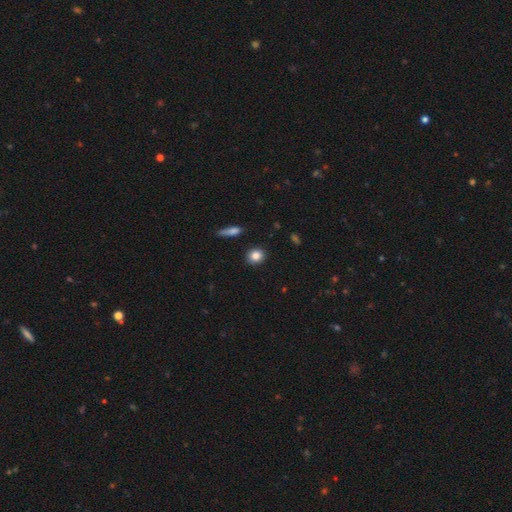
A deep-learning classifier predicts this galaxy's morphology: smooth-or-featured: smooth: 84% | star or artifact: 9% | featured or disk: 7%
  how-rounded: round: 80% | in between: 18% | cigar-shaped: 2%
  merging: none: 89% | minor disturbance: 7% | major disturbance: 2% | merger: 2%